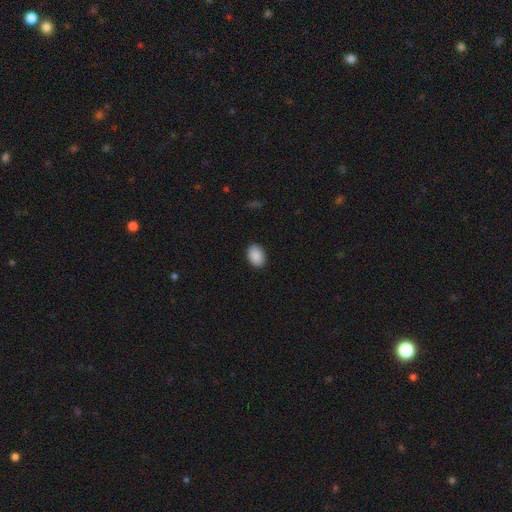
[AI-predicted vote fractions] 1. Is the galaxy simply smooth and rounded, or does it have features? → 90% smooth, 7% star or artifact, 3% featured or disk.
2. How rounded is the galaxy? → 81% in between, 18% round, 1% cigar-shaped.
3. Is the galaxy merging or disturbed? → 89% none, 8% minor disturbance, 2% major disturbance, 1% merger.